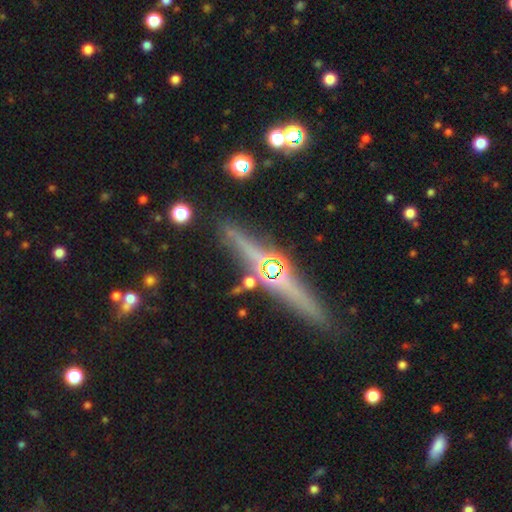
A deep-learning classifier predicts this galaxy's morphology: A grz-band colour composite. It shows a featured or disk galaxy (70%) viewed edge-on (96%) with a rounded central bulge (81%). Merging: none (87%).